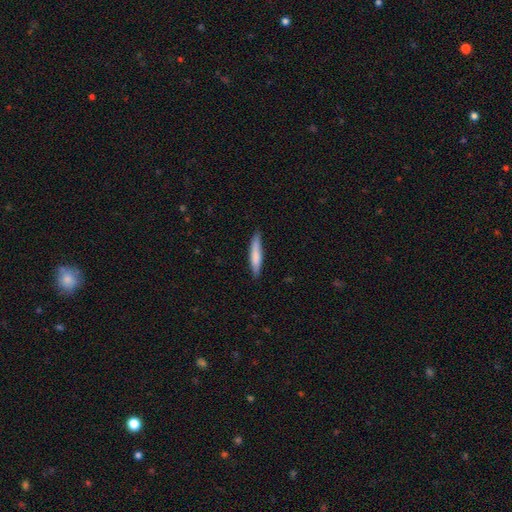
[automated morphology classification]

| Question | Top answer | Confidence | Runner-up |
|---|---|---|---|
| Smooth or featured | smooth | 77% | featured or disk (18%) |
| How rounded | cigar-shaped | 89% | in between (10%) |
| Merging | none | 85% | minor disturbance (12%) |